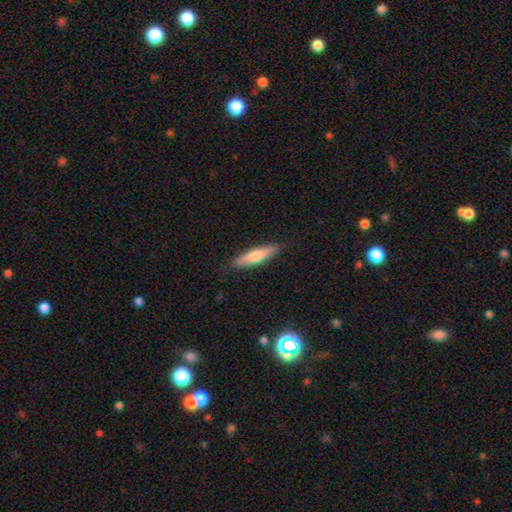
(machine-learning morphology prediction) type=smooth (58%); roundness=cigar-shaped (79%); merging=none (88%).